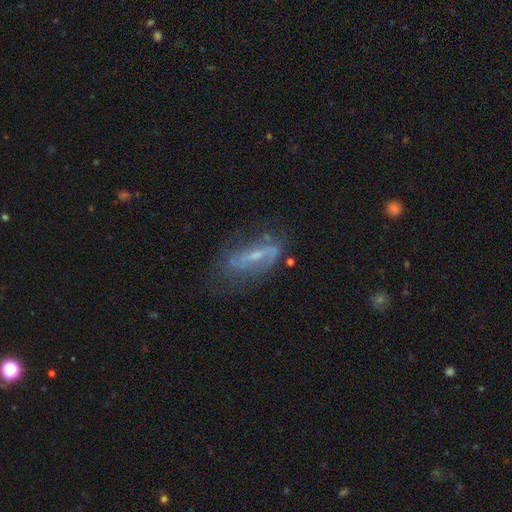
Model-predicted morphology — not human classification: Smooth or featured: featured or disk — 69% (smooth — 20%)
Edge-on disk: no — 78% (yes — 22%)
Bar: strong — 43% (weak — 35%)
Spiral arms: yes — 69% (no — 31%)
Bulge size: small — 58% (moderate — 26%)
Merging: none — 57% (minor disturbance — 24%)